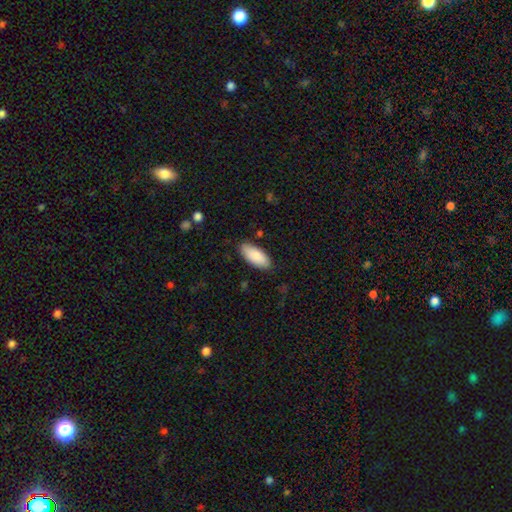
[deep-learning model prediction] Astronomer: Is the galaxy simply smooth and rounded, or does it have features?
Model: smooth — 88%.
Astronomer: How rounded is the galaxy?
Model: in between — 88%.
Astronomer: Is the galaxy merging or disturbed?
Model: none — 86%.